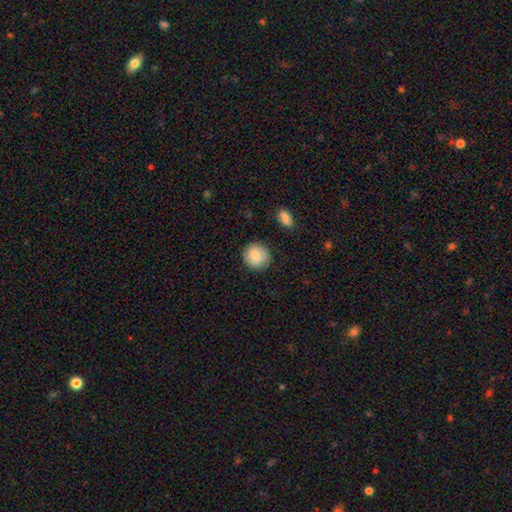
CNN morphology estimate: type=smooth (83%); roundness=round (86%); merging=none (84%).